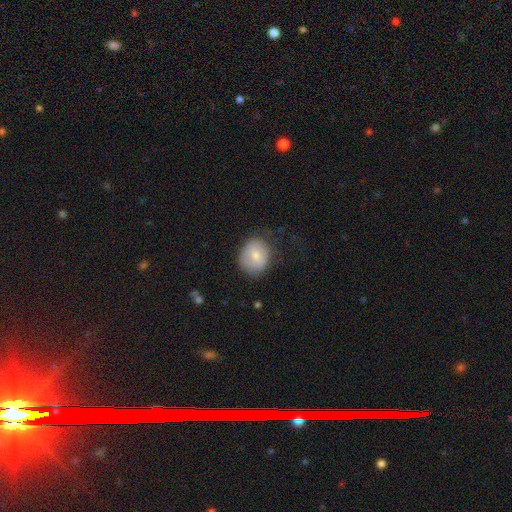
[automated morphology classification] A smooth galaxy with no disk features (72%) that is round (67%).

Vote fractions:
- Smooth or featured? smooth: 72% / featured or disk: 21% / star or artifact: 8%
- How rounded? round: 67% / in between: 32% / cigar-shaped: 1%
- Merging? none: 71% / minor disturbance: 22% / major disturbance: 6% / merger: 1%